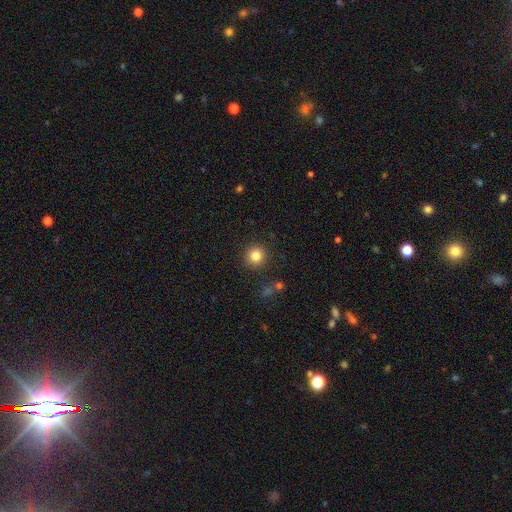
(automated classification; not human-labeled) This is clearly a smooth galaxy (82%). How rounded: clearly round (94%). Merging: clearly none (90%).